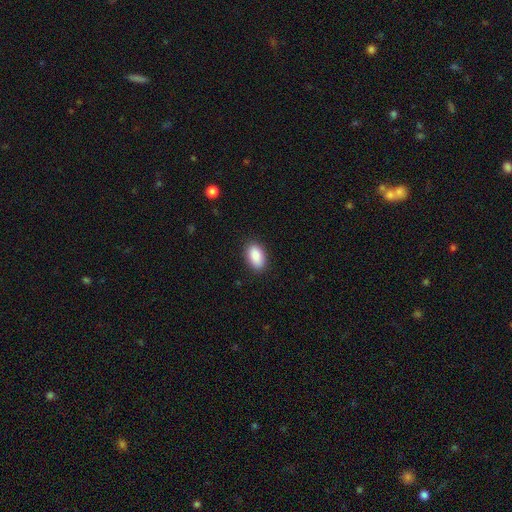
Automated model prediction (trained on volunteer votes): Smooth or featured? Predicted: smooth (p=0.89). How rounded? Predicted: in between (p=0.93). Merging? Predicted: none (p=0.87).